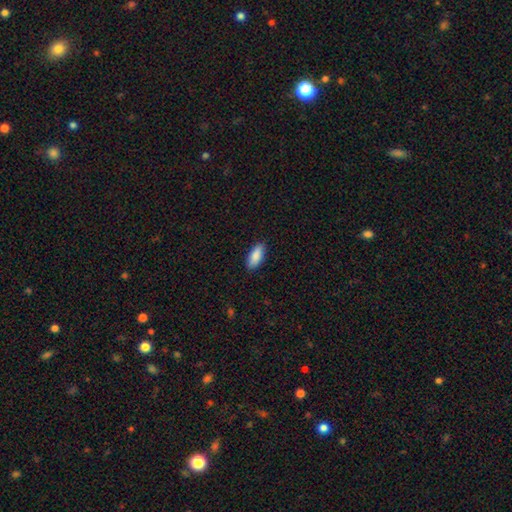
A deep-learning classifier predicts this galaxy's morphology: This is clearly a smooth galaxy (88%). How rounded: likely in between (79%). Merging: clearly none (89%).